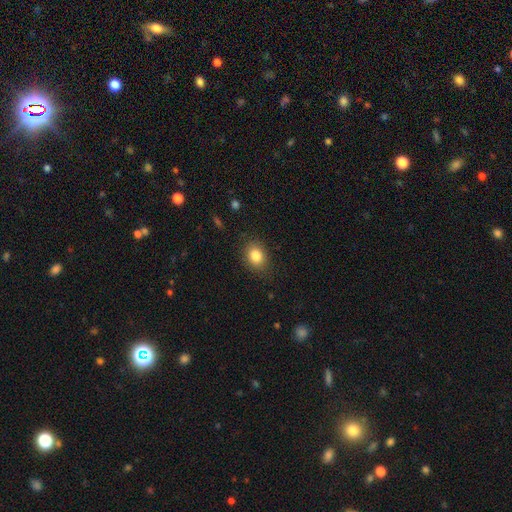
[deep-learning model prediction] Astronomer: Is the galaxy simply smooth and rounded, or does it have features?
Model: smooth — 84%.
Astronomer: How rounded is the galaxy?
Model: in between — 55% (runner-up: round, 44%).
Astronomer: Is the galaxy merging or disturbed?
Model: none — 85%.